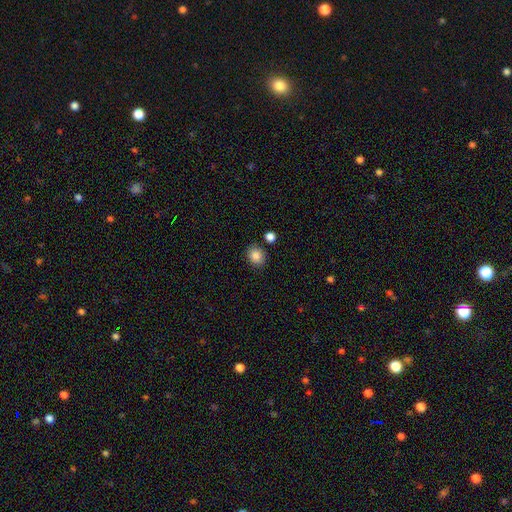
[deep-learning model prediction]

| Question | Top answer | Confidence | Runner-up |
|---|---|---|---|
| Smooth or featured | smooth | 87% | star or artifact (9%) |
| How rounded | round | 68% | in between (31%) |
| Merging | none | 83% | minor disturbance (10%) |